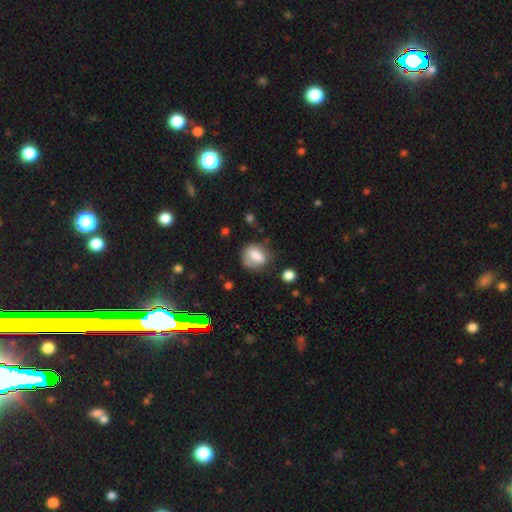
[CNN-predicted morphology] smooth 70%, featured or disk 21%, star or artifact 9%. Down the decision tree: how rounded — in between (50%); merging — none (60%).